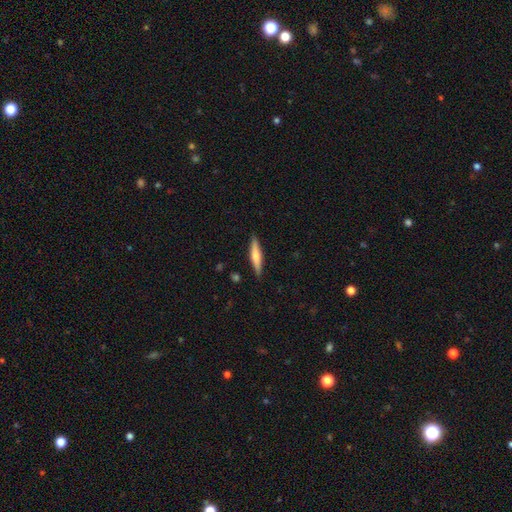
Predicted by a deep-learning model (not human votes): Q: Smooth or featured?
A: smooth (57%); runner-up: featured or disk (38%)
Q: How rounded?
A: cigar-shaped (85%); runner-up: in between (13%)
Q: Merging?
A: none (88%); runner-up: minor disturbance (9%)